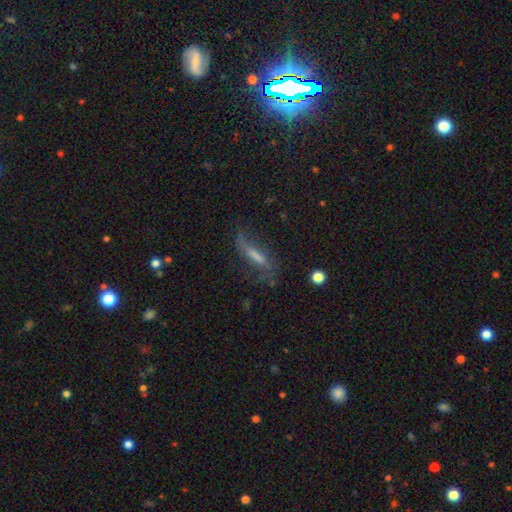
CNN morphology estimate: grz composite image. It shows a featured or disk galaxy (55%). Merging: none (56%).